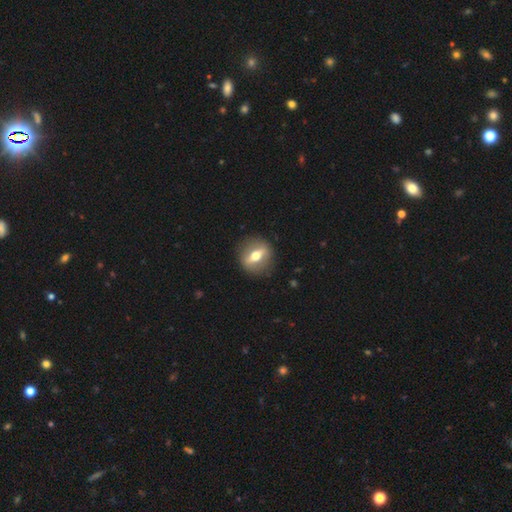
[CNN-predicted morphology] This is likely a featured or disk galaxy (62%). It is possibly viewed edge-on (50%, tied with no). Merging: clearly none (88%).